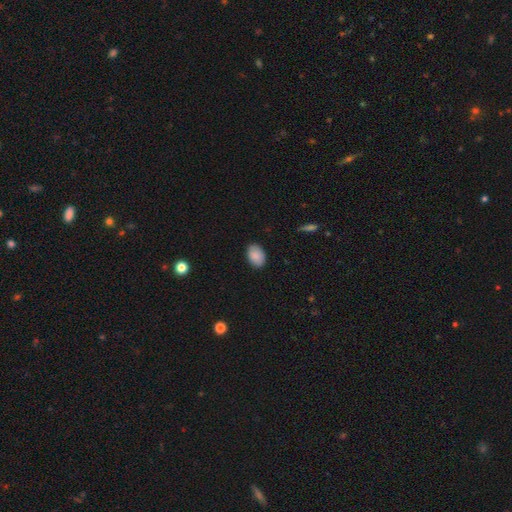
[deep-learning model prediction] Smooth or featured? smooth (89%)
How rounded? in between (86%)
Merging? none (87%)